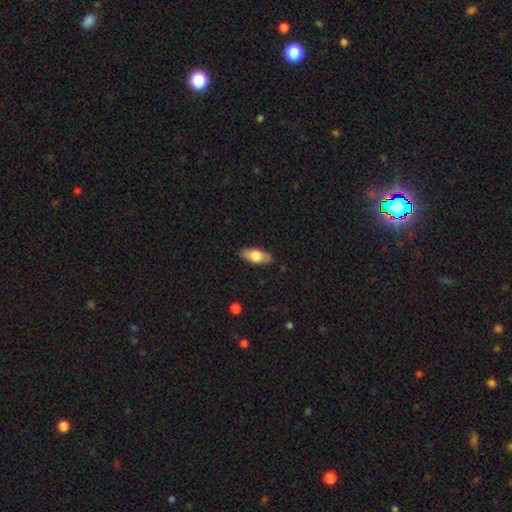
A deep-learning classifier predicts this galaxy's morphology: Smooth or featured? Predicted: smooth (p=0.69). How rounded? Predicted: in between (p=0.83). Merging? Predicted: none (p=0.86).